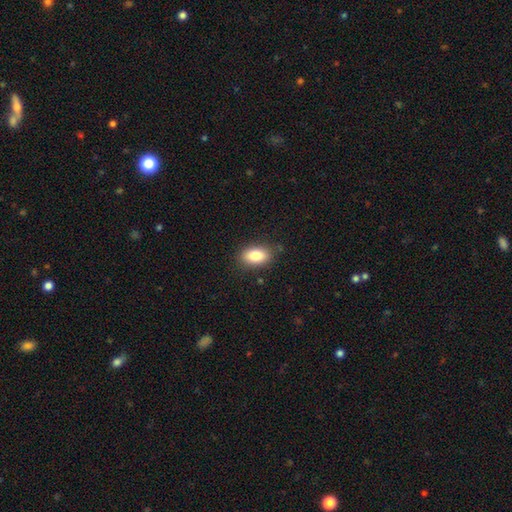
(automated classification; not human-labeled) Overall: smooth (83%). How rounded: in between (88%). Merging: none (85%).